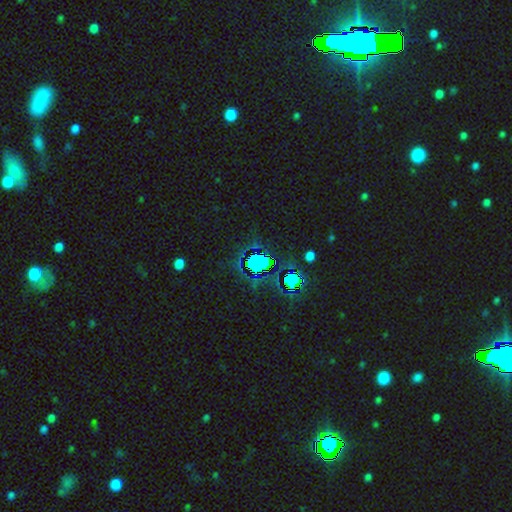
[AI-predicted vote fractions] A star or artifact, not a galaxy (76%).

Vote fractions:
- Smooth or featured? star or artifact: 76% / smooth: 16% / featured or disk: 8%